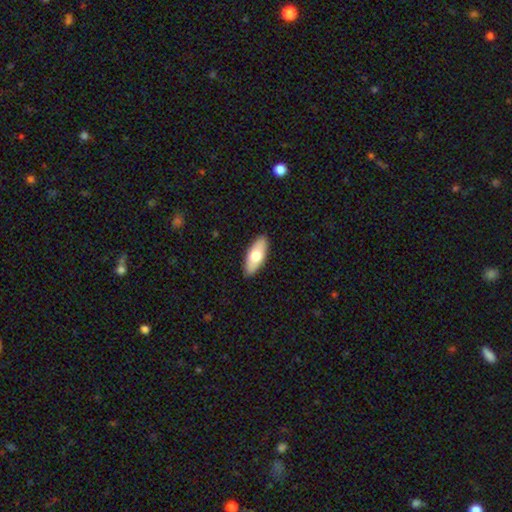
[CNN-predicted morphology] This appears to be a smooth galaxy with no disk features (69%) that is in between round and cigar-shaped (81%). Merging: none (89%).